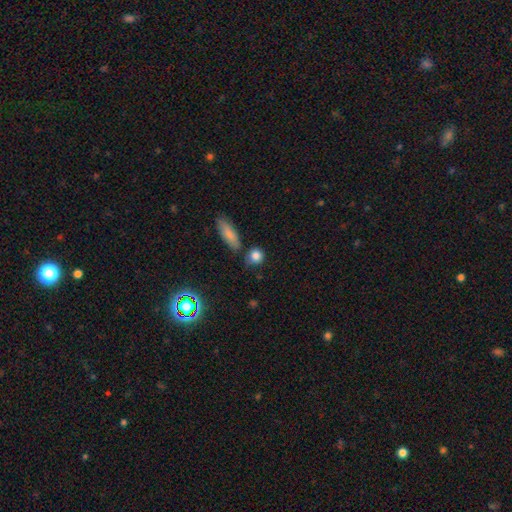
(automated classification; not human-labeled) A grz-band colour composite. It shows a smooth galaxy with no disk features (83%) that is round (80%). Merging: none (71%).